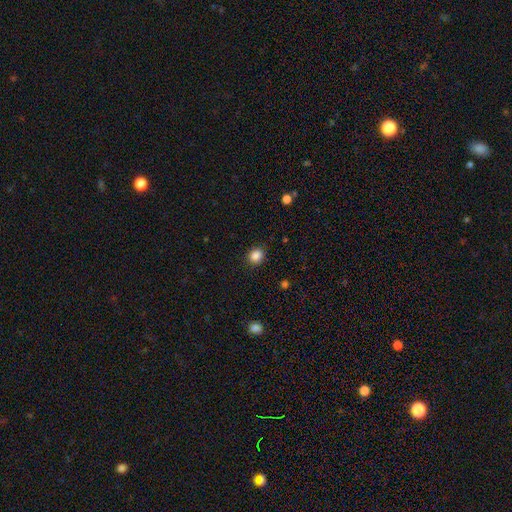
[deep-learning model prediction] smooth-or-featured: smooth: 86% | star or artifact: 11% | featured or disk: 3%
  how-rounded: round: 72% | in between: 27% | cigar-shaped: 1%
  merging: none: 88% | minor disturbance: 9% | major disturbance: 3% | merger: 1%